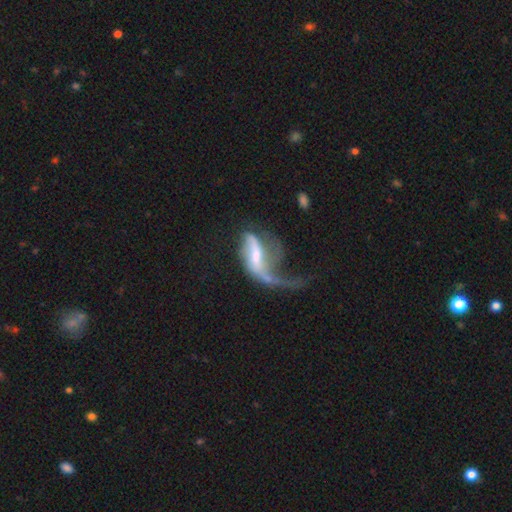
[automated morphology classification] Q: Smooth or featured?
A: featured or disk (68%); runner-up: smooth (25%)
Q: Edge-on disk?
A: no (91%); runner-up: yes (9%)
Q: Bar?
A: weak (37%); runner-up: strong (32%)
Q: Spiral arms?
A: yes (71%); runner-up: no (29%)
Q: Bulge size?
A: small (37%); runner-up: moderate (36%)
Q: Merging?
A: major disturbance (61%); runner-up: none (17%)